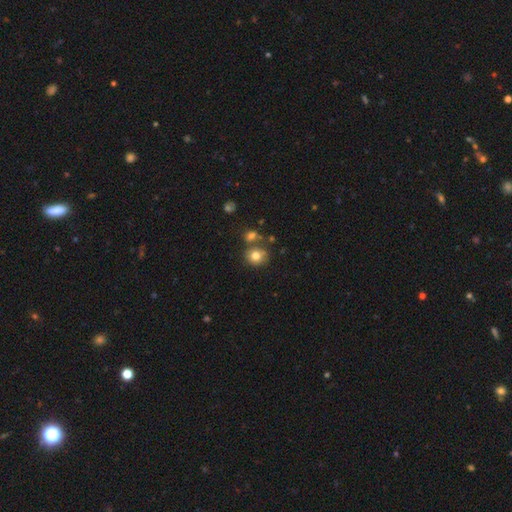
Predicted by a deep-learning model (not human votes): smooth-or-featured: smooth: 79% | star or artifact: 11% | featured or disk: 10%
  how-rounded: round: 81% | in between: 19% | cigar-shaped: 1%
  merging: none: 64% | merger: 20% | minor disturbance: 12% | major disturbance: 4%